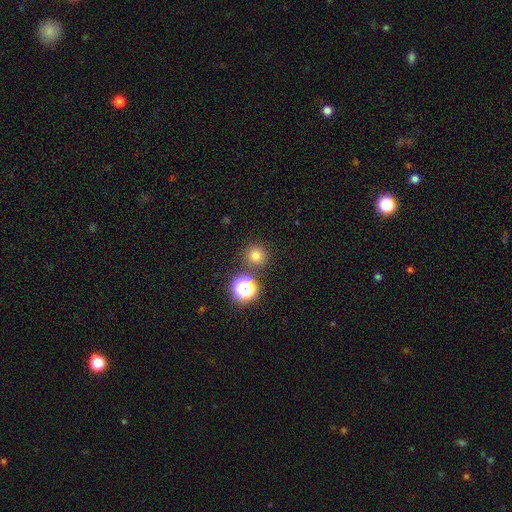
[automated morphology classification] smooth 74%, star or artifact 20%, featured or disk 6%. Down the decision tree: how rounded — round (94%); merging — none (83%).